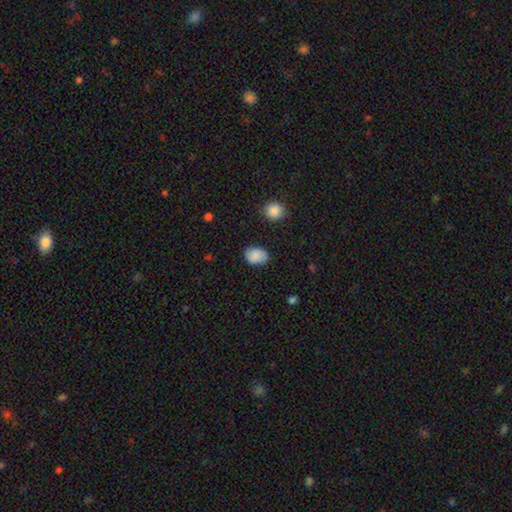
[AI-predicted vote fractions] smooth 86%, star or artifact 8%, featured or disk 6%. Down the decision tree: how rounded — in between (69%); merging — none (79%).